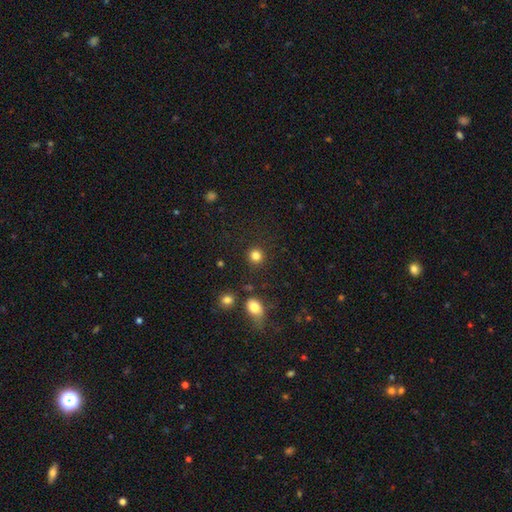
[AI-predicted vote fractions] Morphology: type=smooth (84%); roundness=round (91%); merging=none (88%).